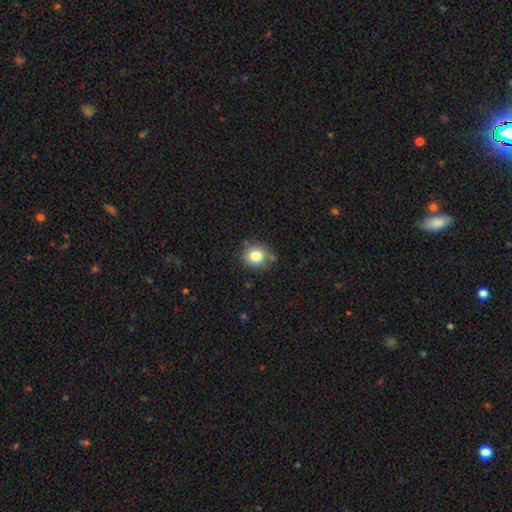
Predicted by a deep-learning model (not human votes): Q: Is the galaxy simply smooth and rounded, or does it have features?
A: smooth — 81%.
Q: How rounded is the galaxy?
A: round — 90%.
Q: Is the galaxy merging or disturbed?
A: none — 79%.